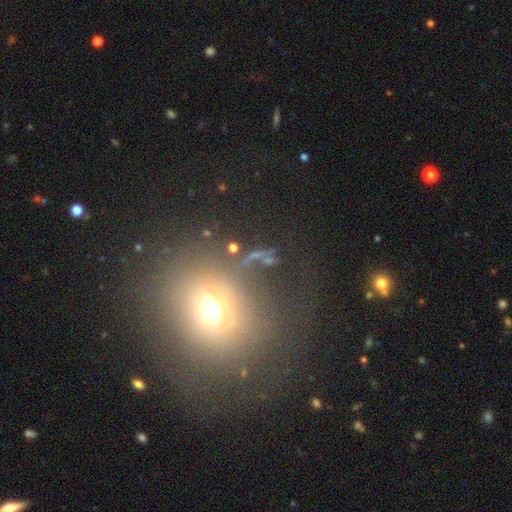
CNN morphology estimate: Smooth or featured? smooth (39%)
Merging? none (56%)